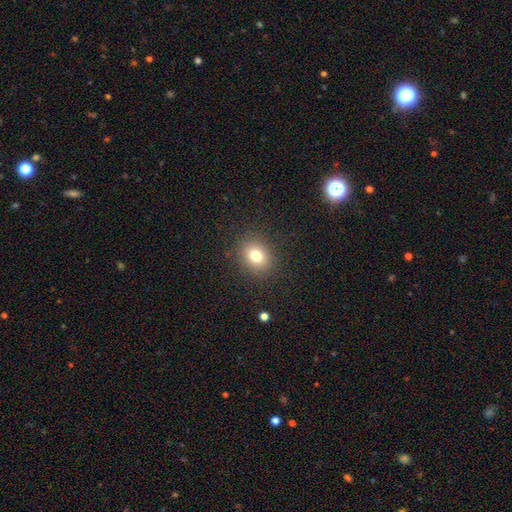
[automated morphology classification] Q: Smooth or featured?
A: smooth (78%); runner-up: star or artifact (13%)
Q: How rounded?
A: round (63%); runner-up: in between (36%)
Q: Merging?
A: none (88%); runner-up: minor disturbance (8%)